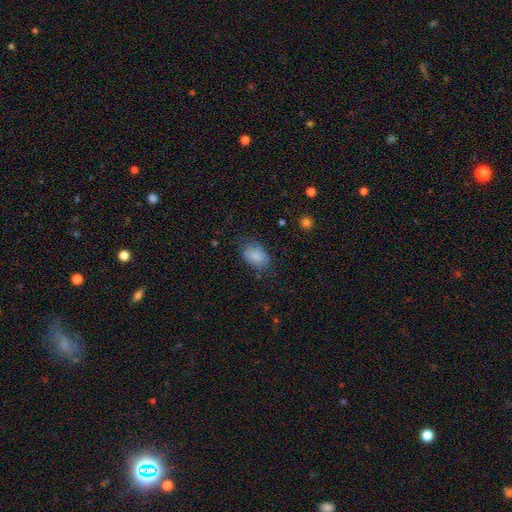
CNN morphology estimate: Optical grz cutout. It shows a smooth galaxy with no disk features (84%) that is in between round and cigar-shaped (83%). Merging: none (66%).